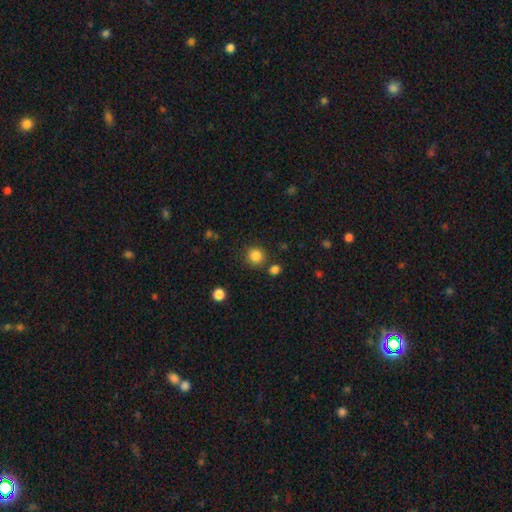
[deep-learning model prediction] smooth-or-featured: smooth: 85% | star or artifact: 11% | featured or disk: 4%
  how-rounded: round: 91% | in between: 8% | cigar-shaped: 1%
  merging: none: 82% | minor disturbance: 8% | merger: 6% | major disturbance: 3%